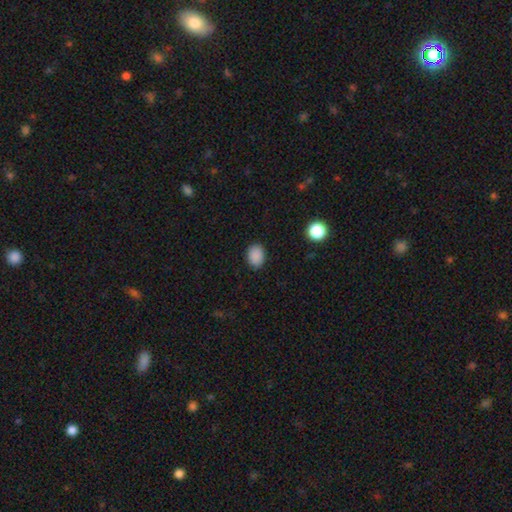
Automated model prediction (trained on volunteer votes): Smooth or featured? Predicted: smooth (p=0.88). How rounded? Predicted: in between (p=0.65). Merging? Predicted: none (p=0.88).